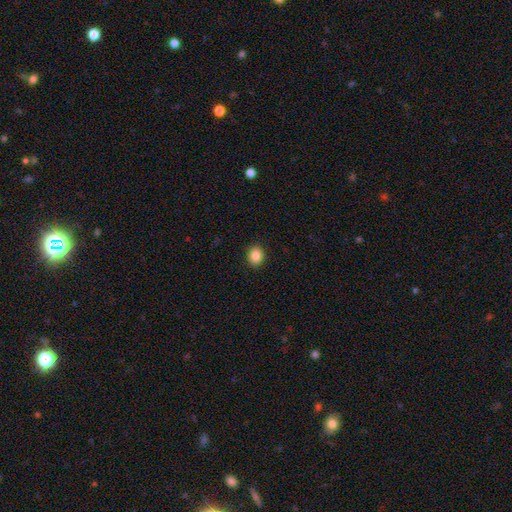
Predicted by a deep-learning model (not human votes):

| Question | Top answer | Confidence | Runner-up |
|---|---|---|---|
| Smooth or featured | smooth | 88% | star or artifact (9%) |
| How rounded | in between | 50% | round (49%) |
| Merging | none | 90% | minor disturbance (7%) |